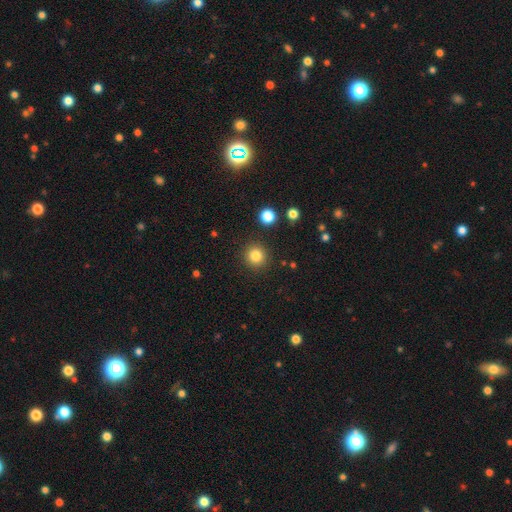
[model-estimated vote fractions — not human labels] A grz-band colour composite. It shows a smooth galaxy with no disk features (83%) that is round (94%). Merging: none (91%).